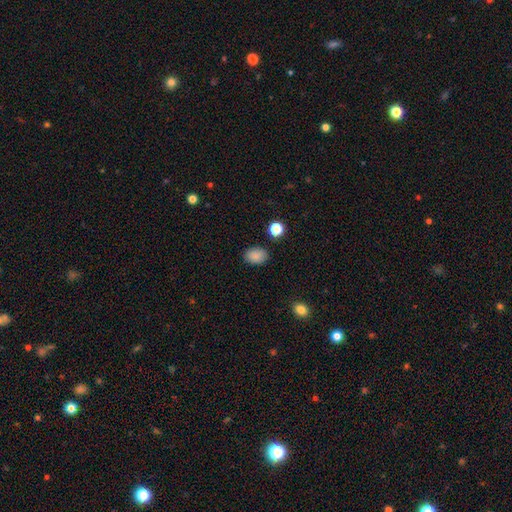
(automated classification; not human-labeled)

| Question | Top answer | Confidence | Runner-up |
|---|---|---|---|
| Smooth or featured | smooth | 87% | star or artifact (9%) |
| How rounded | in between | 73% | round (26%) |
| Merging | none | 85% | minor disturbance (11%) |